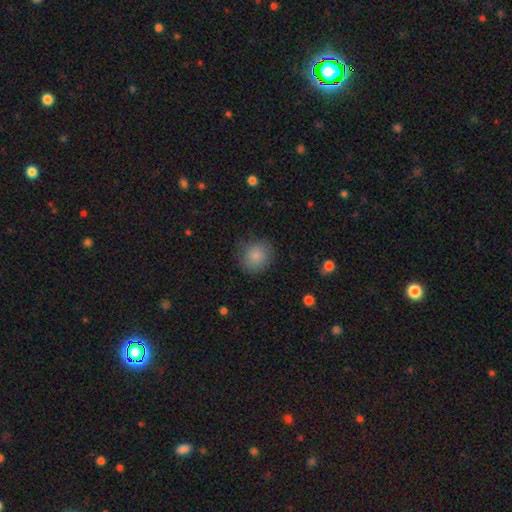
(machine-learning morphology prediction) Q: Smooth or featured?
A: smooth (84%); runner-up: star or artifact (8%)
Q: How rounded?
A: round (85%); runner-up: in between (14%)
Q: Merging?
A: none (80%); runner-up: minor disturbance (14%)